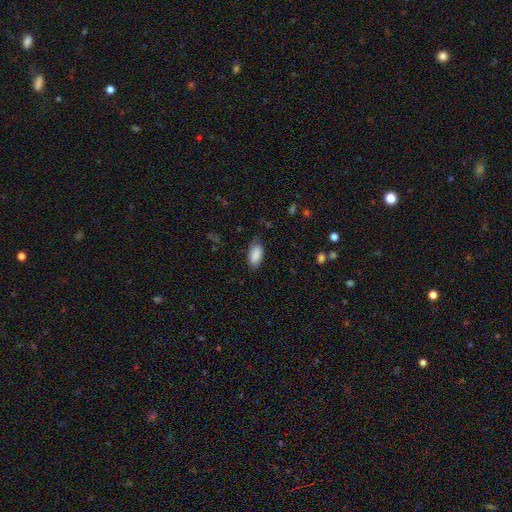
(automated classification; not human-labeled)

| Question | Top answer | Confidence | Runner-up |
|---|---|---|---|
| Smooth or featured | smooth | 87% | star or artifact (7%) |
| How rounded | in between | 92% | cigar-shaped (5%) |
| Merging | none | 74% | minor disturbance (20%) |